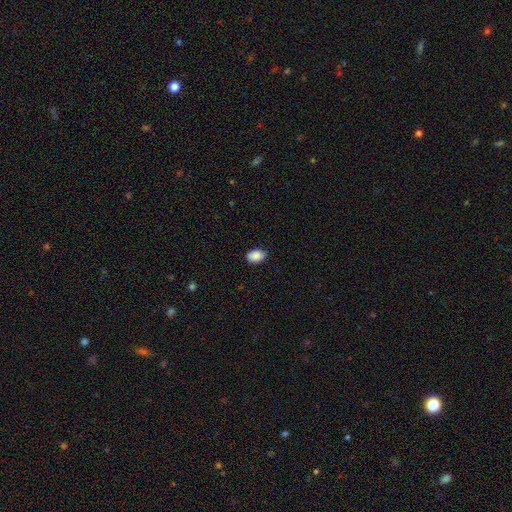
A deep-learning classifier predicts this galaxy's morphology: A smooth galaxy with no disk features (89%) that is in between round and cigar-shaped (86%).

Vote fractions:
- Smooth or featured? smooth: 89% / star or artifact: 7% / featured or disk: 4%
- How rounded? in between: 86% / round: 13% / cigar-shaped: 1%
- Merging? none: 84% / minor disturbance: 13% / major disturbance: 2% / merger: 1%